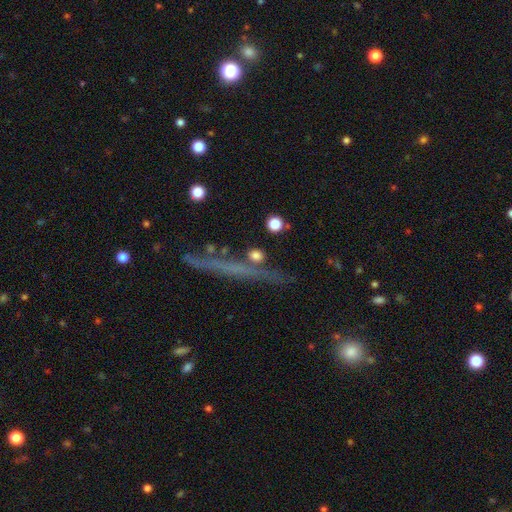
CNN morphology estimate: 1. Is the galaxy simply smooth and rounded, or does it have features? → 60% smooth, 21% star or artifact, 19% featured or disk.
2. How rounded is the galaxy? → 78% round, 12% in between, 11% cigar-shaped.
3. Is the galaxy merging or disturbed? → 82% none, 8% minor disturbance, 6% merger, 4% major disturbance.